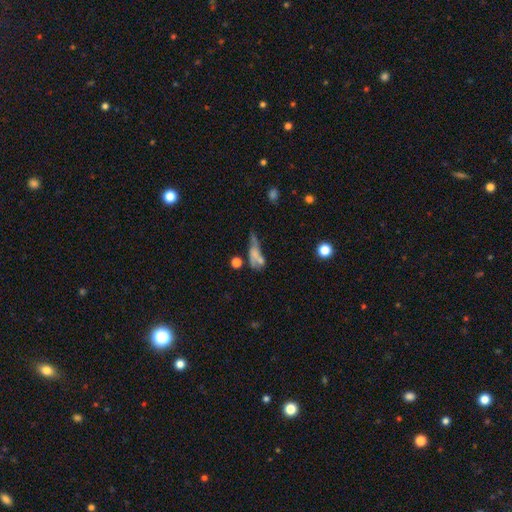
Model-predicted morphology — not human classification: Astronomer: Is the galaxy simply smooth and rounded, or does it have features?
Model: smooth — 52% (runner-up: featured or disk, 34%).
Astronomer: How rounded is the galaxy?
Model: in between — 53% (runner-up: cigar-shaped, 34%).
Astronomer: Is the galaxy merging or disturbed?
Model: merger — 31% (runner-up: major disturbance, 29%).